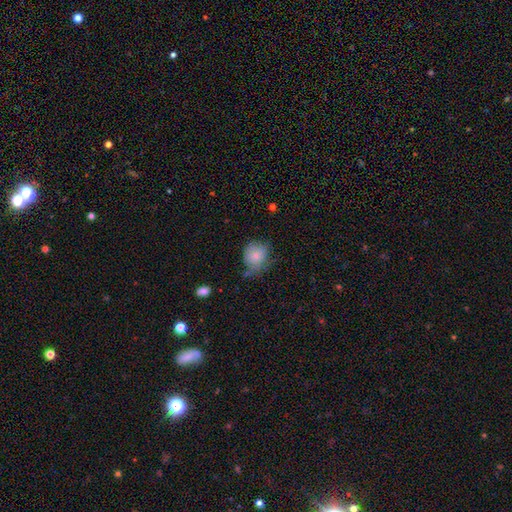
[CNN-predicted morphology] Q: Smooth or featured?
A: smooth (78%); runner-up: featured or disk (13%)
Q: How rounded?
A: round (70%); runner-up: in between (29%)
Q: Merging?
A: none (51%); runner-up: minor disturbance (36%)